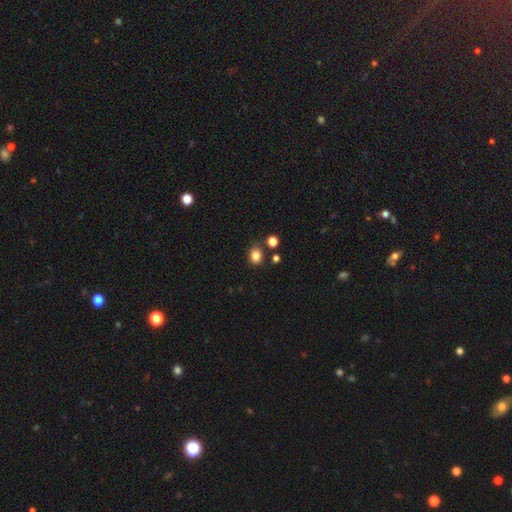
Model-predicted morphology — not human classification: A smooth galaxy with no disk features (82%) that is round (54%). Merging: none (76%).